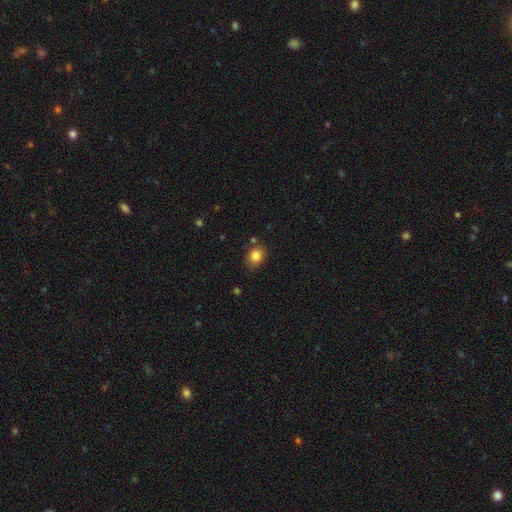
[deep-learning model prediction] smooth_or_featured: smooth (p=0.83) [alt: star or artifact p=0.11]
how_rounded: round (p=0.51) [alt: in between p=0.48]
merging: none (p=0.79) [alt: minor disturbance p=0.13]